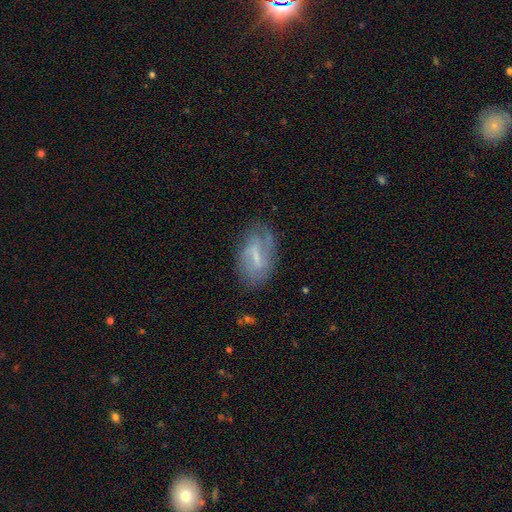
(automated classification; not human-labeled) Overall: featured or disk (63%; smooth 28%). Edge-on disk: no (93%). Bar: weak (49%; strong 35%). Spiral arms: yes (77%). Bulge size: small (41%; none 29%). Merging: none (65%).